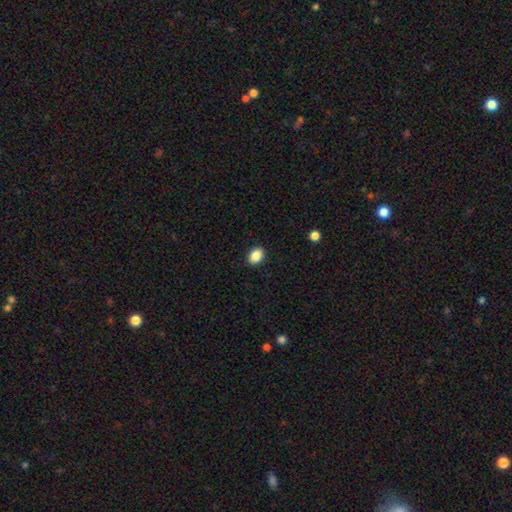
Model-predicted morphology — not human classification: This is clearly a smooth galaxy (88%). How rounded: likely in between (75%). Merging: clearly none (91%).